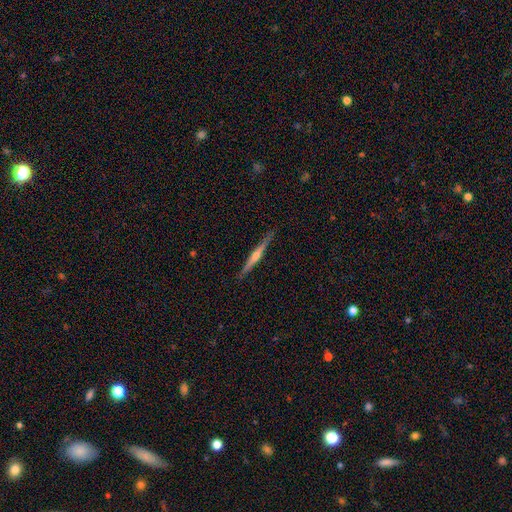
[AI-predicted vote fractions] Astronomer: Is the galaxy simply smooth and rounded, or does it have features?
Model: featured or disk — 73%.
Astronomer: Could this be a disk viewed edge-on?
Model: yes — 98%.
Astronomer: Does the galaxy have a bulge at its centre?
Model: rounded — 82%.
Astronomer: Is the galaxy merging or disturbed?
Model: none — 89%.